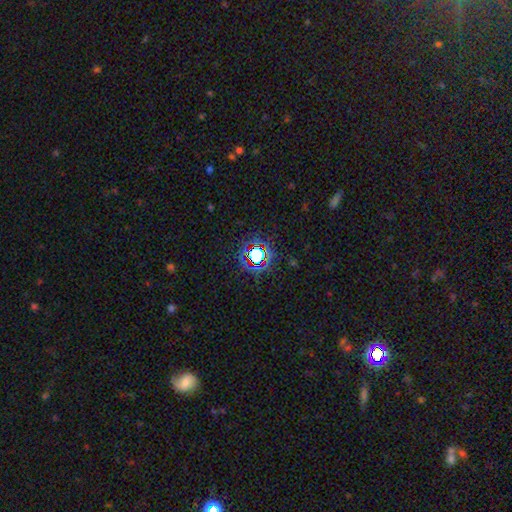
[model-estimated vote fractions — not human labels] smooth_or_featured: star or artifact (p=0.67) [alt: smooth p=0.23]